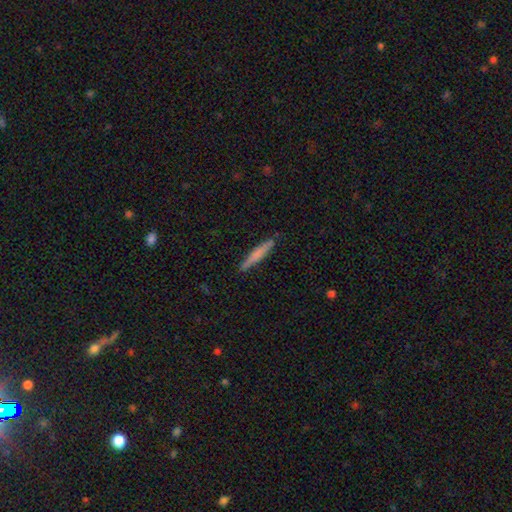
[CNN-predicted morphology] The model was most divided on "smooth or featured": smooth: 63%, featured or disk: 32%, star or artifact: 6%. More confident: how rounded — cigar-shaped (95%); merging — none (87%).